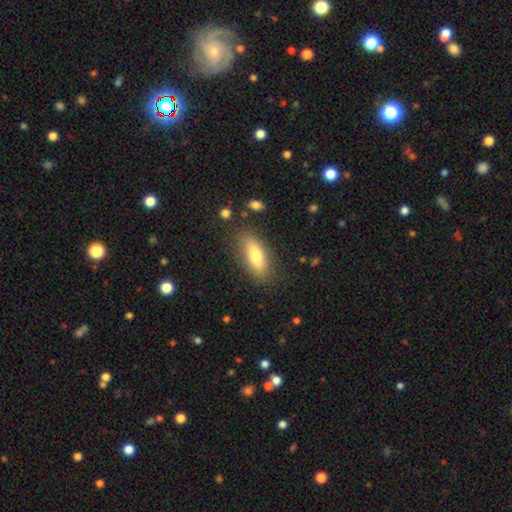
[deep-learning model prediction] smooth-or-featured: smooth: 72% | featured or disk: 21% | star or artifact: 7%
  how-rounded: in between: 68% | cigar-shaped: 29% | round: 3%
  merging: none: 83% | minor disturbance: 12% | major disturbance: 3% | merger: 2%